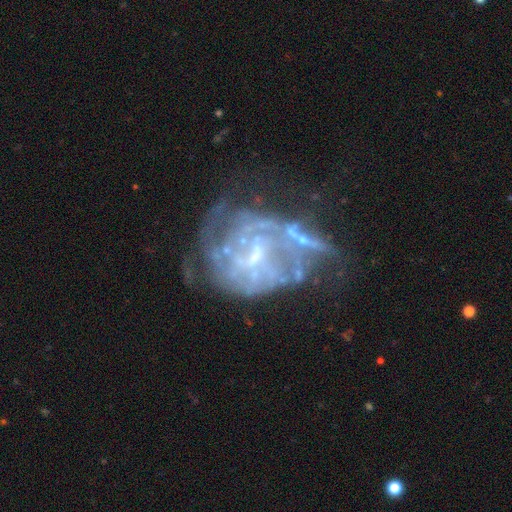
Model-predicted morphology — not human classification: A featured or disk galaxy (78%) with no bar (46%), spiral arms (61%) and a small central bulge (46%). Merging: none (36%).